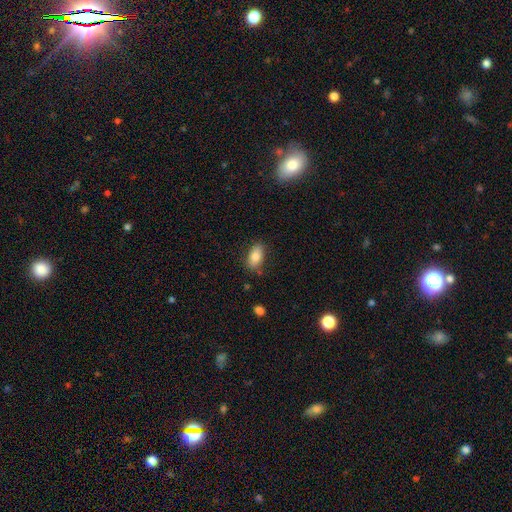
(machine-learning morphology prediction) Smooth or featured?
  - smooth: 81% *
  - featured or disk: 11%
  - star or artifact: 8%
How rounded?
  - in between: 91% *
  - round: 5%
  - cigar-shaped: 4%
Merging?
  - none: 81% *
  - minor disturbance: 14%
  - major disturbance: 3%
  - merger: 2%